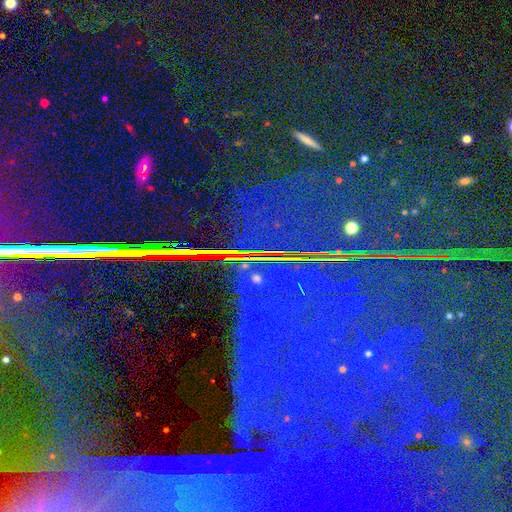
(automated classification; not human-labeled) Morphology: type=star or artifact (83%).